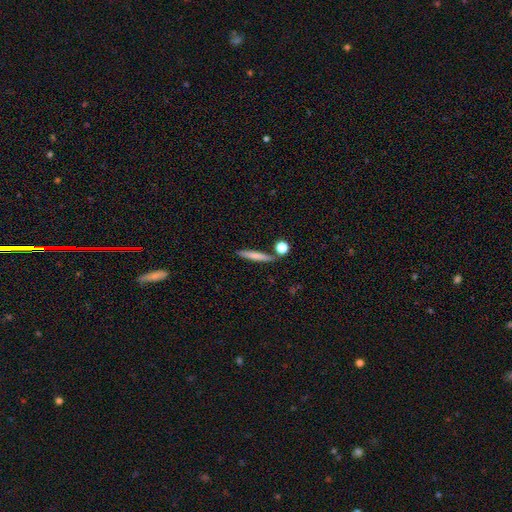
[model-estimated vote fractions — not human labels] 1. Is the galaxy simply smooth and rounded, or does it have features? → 71% smooth, 22% featured or disk, 7% star or artifact.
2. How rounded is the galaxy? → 90% cigar-shaped, 7% in between, 3% round.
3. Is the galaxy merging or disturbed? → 81% none, 9% minor disturbance, 7% merger, 3% major disturbance.